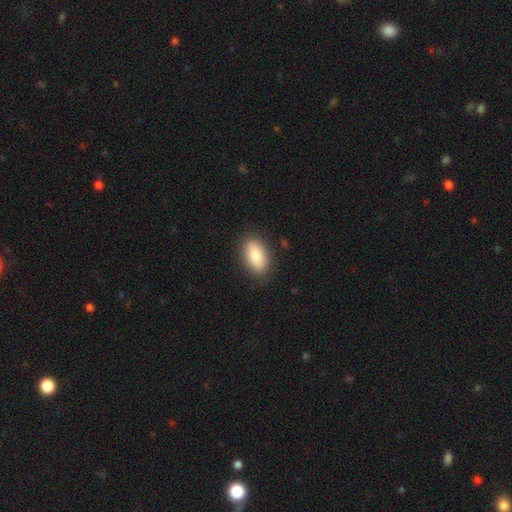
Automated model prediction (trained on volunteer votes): Q: Smooth or featured?
A: smooth (87%); runner-up: featured or disk (7%)
Q: How rounded?
A: in between (92%); runner-up: cigar-shaped (4%)
Q: Merging?
A: none (87%); runner-up: minor disturbance (9%)